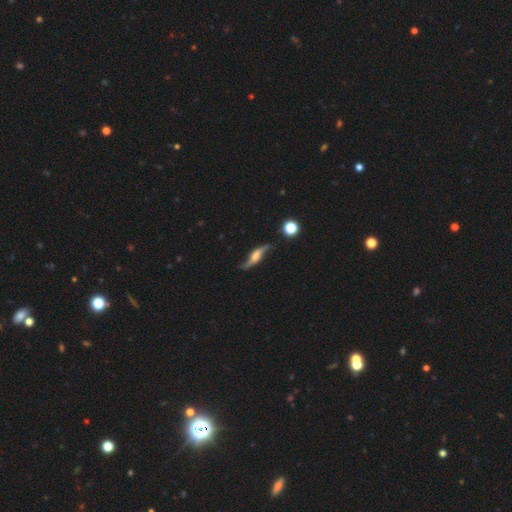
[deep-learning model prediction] Q: Smooth or featured?
A: featured or disk (78%); runner-up: smooth (15%)
Q: Edge-on disk?
A: no (67%); runner-up: yes (33%)
Q: Bar?
A: no (44%); runner-up: weak (34%)
Q: Spiral arms?
A: yes (92%); runner-up: no (8%)
Q: Bulge size?
A: moderate (42%); runner-up: small (26%)
Q: Merging?
A: none (69%); runner-up: minor disturbance (19%)